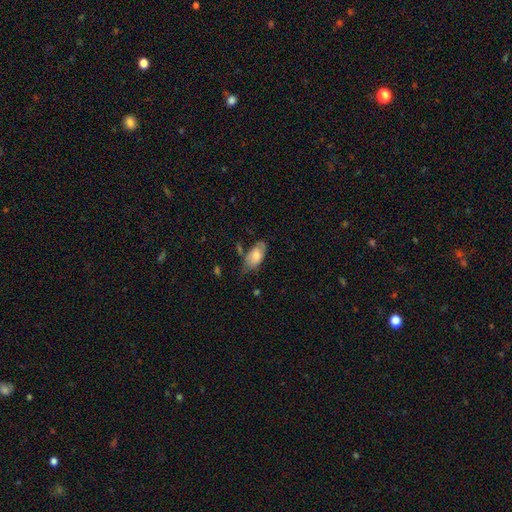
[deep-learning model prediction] This is likely a smooth galaxy (73%). How rounded: clearly in between (92%). Merging: possibly none (55%).